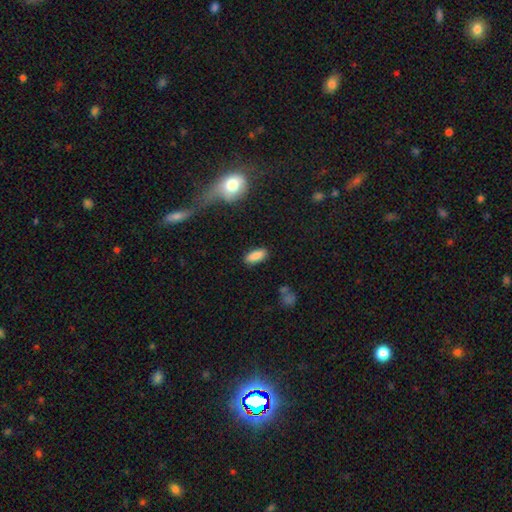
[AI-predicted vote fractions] The model was most divided on "how rounded": in between: 84%, cigar-shaped: 14%, round: 2%. More confident: merging — none (86%); smooth or featured — smooth (86%).